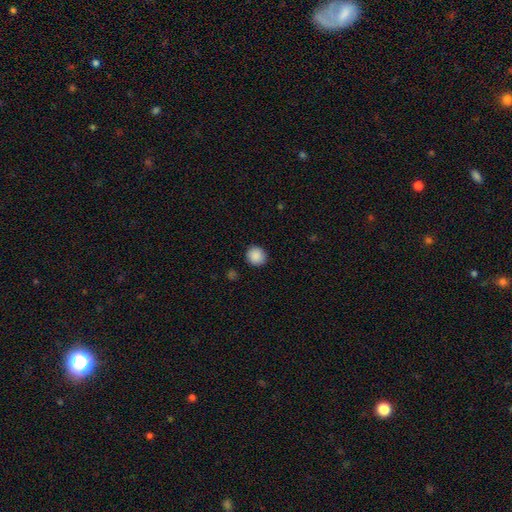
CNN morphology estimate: This appears to be a smooth galaxy with no disk features (89%) that is round (89%). Merging: none (90%).